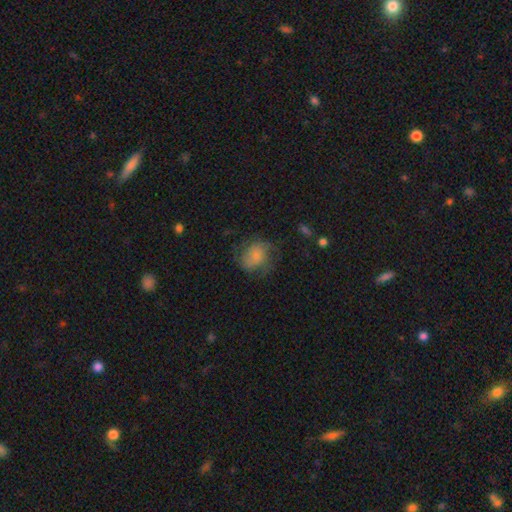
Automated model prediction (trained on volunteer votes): Smooth or featured? smooth (48%)
Merging? none (55%)